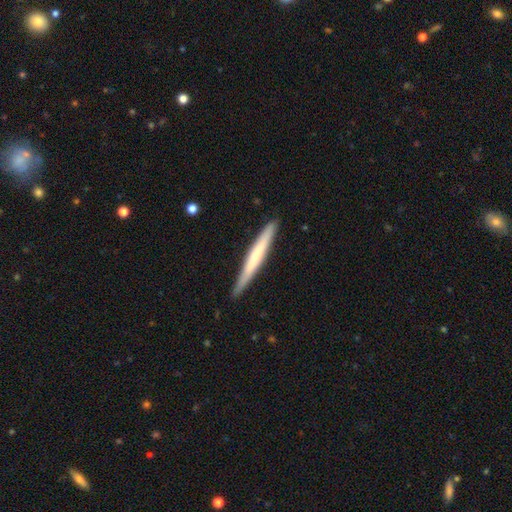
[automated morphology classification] Smooth or featured? Predicted: smooth (p=0.51). How rounded? Predicted: cigar-shaped (p=0.97). Merging? Predicted: none (p=0.89).